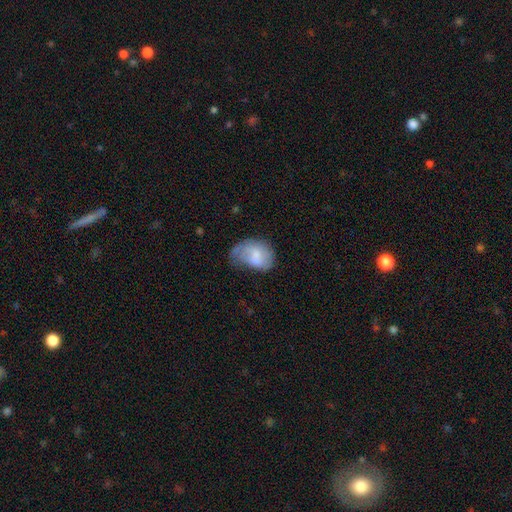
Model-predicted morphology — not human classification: Smooth or featured: smooth — 64% (featured or disk — 29%)
How rounded: in between — 76% (round — 23%)
Merging: minor disturbance — 39% (major disturbance — 30%)